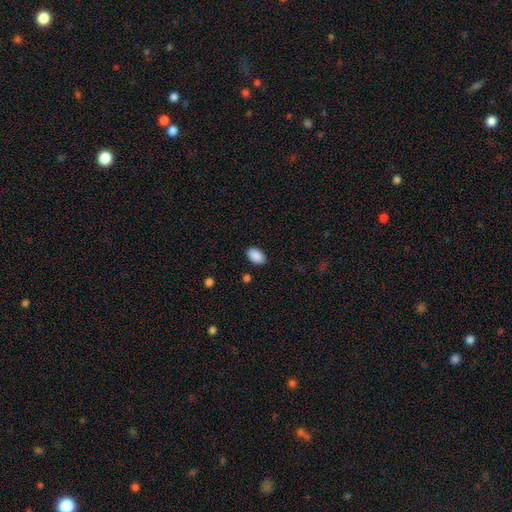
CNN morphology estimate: Smooth or featured? smooth (90%)
How rounded? in between (91%)
Merging? none (87%)